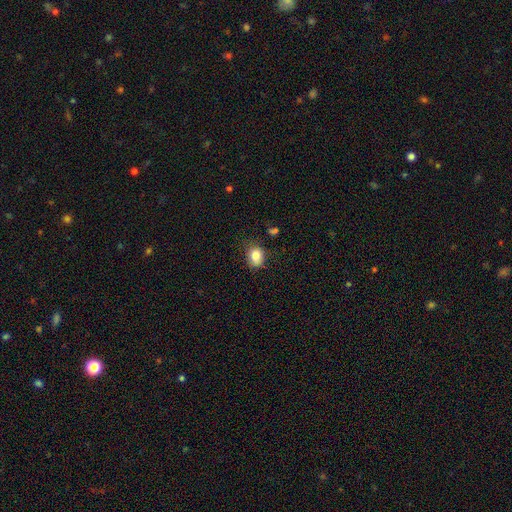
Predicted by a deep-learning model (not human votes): This appears to be a smooth galaxy with no disk features (83%) that is in between round and cigar-shaped (55%). Merging: none (70%).